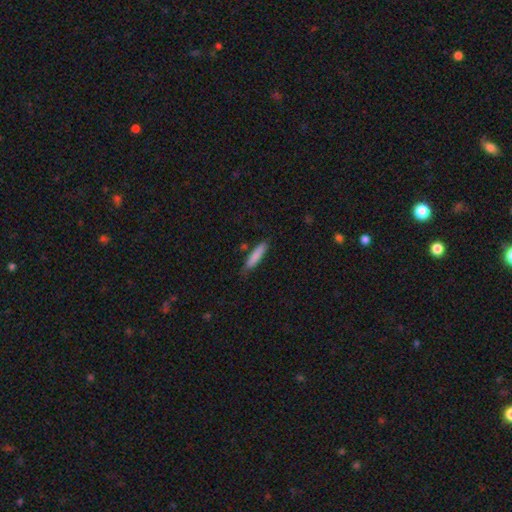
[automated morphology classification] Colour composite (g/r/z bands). It shows a smooth galaxy with no disk features (83%) that is cigar-shaped (84%). Merging: none (78%).